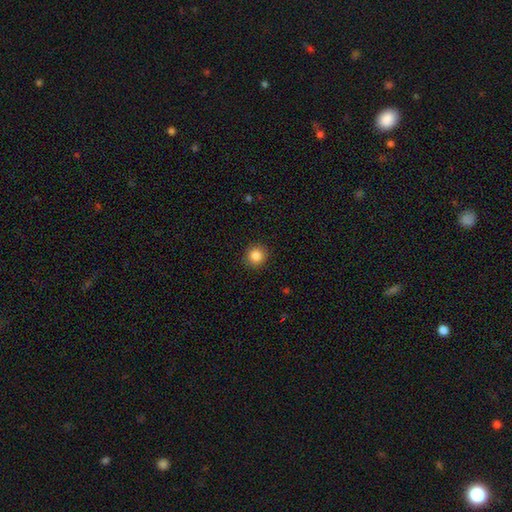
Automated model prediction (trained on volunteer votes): smooth 85%, star or artifact 10%, featured or disk 4%. Down the decision tree: how rounded — round (92%); merging — none (91%).